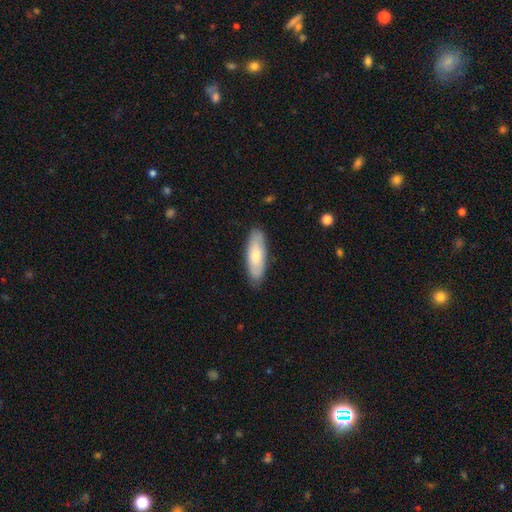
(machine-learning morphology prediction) type=smooth (62%); roundness=in between (58%); merging=none (84%).